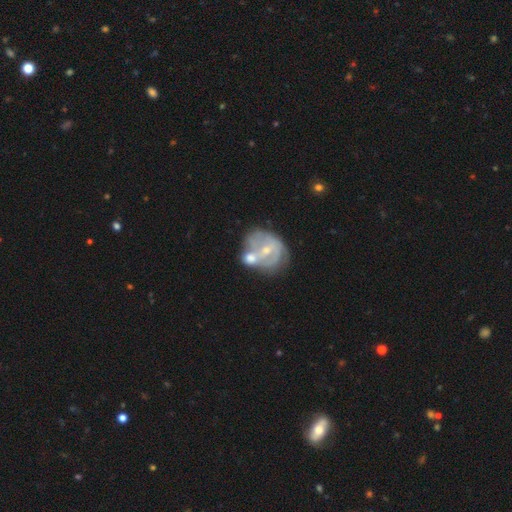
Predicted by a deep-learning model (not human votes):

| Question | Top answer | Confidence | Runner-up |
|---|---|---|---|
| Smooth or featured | featured or disk | 68% | smooth (24%) |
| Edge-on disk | no | 97% | yes (3%) |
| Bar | no | 53% | weak (37%) |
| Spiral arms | yes | 58% | no (42%) |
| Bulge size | small | 58% | moderate (37%) |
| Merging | merger | 45% | none (29%) |